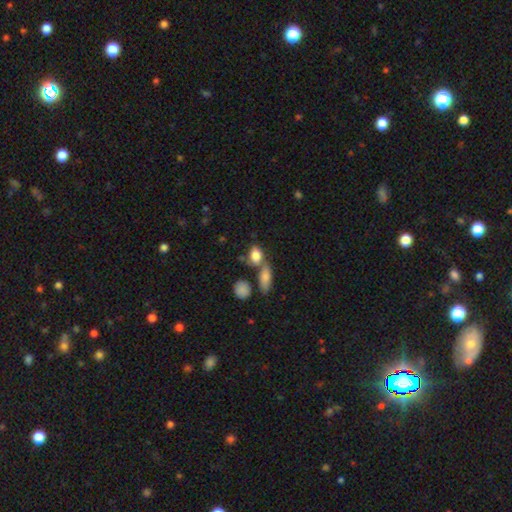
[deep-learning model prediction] The model was most divided on "merging": none: 43%, merger: 38%, minor disturbance: 13%, major disturbance: 6%. More confident: smooth or featured — smooth (80%); how rounded — in between (78%).